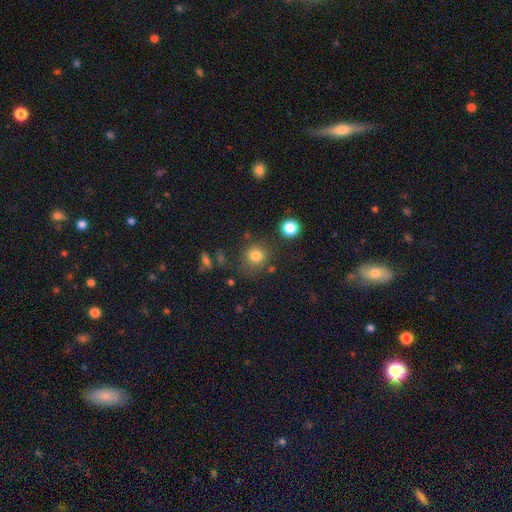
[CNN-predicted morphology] The model was most divided on "merging": none: 77%, minor disturbance: 12%, merger: 6%, major disturbance: 5%. More confident: how rounded — round (89%); smooth or featured — smooth (79%).